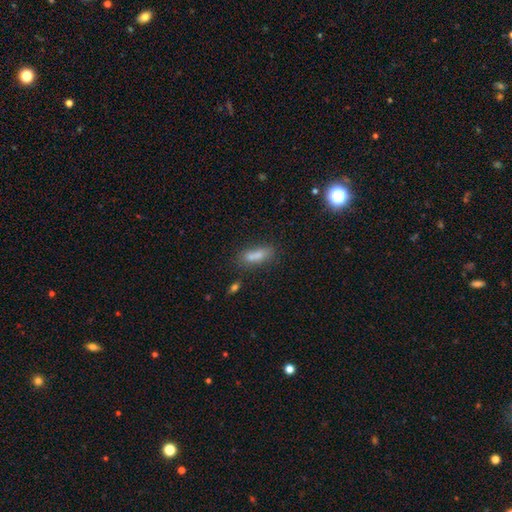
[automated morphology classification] Smooth or featured? smooth (75%)
How rounded? in between (65%)
Merging? none (49%)